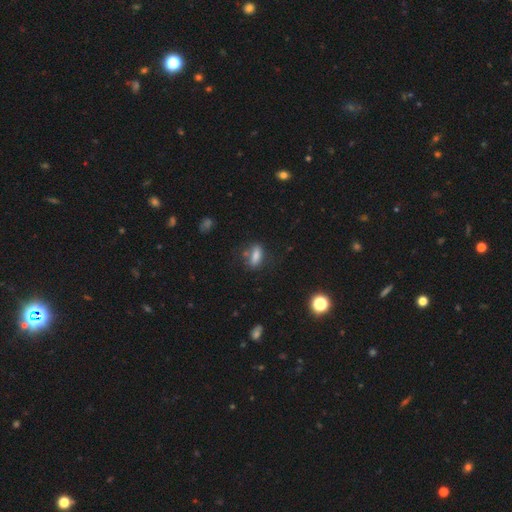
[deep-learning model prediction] smooth 76%, featured or disk 13%, star or artifact 12%. Down the decision tree: how rounded — in between (64%); merging — none (64%).